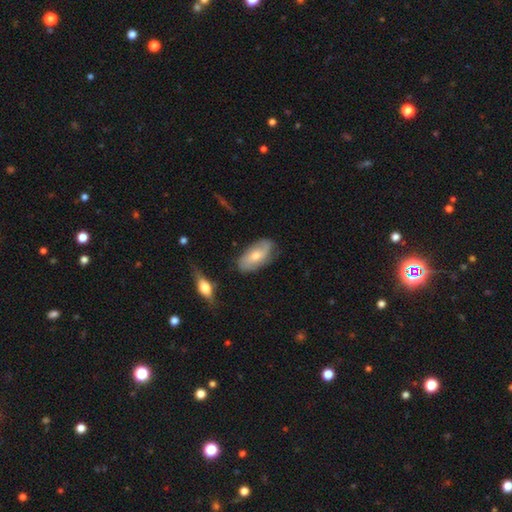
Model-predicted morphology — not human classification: A smooth galaxy with no disk features (52%) that is in between round and cigar-shaped (90%). Merging: none (74%).